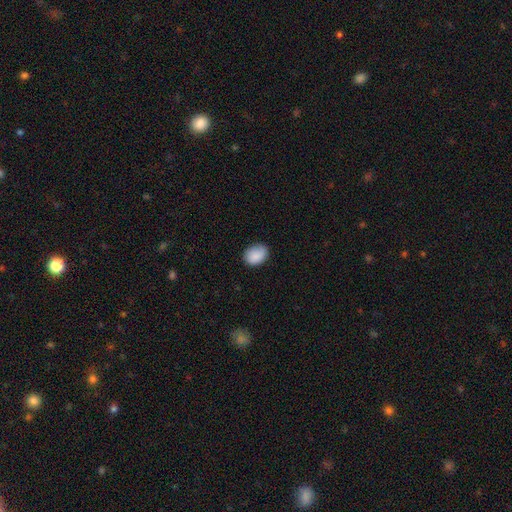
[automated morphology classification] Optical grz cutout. It shows a smooth galaxy with no disk features (88%) that is in between round and cigar-shaped (69%). Merging: none (78%).